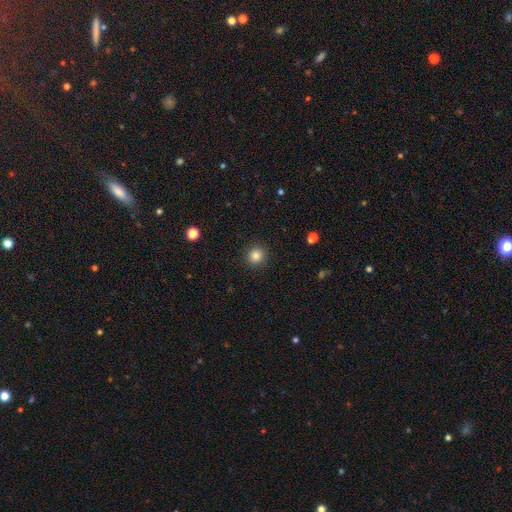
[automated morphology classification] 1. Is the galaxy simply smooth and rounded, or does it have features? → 83% smooth, 11% star or artifact, 5% featured or disk.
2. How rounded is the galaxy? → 90% round, 9% in between, 1% cigar-shaped.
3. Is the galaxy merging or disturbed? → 92% none, 5% minor disturbance, 2% major disturbance, 1% merger.